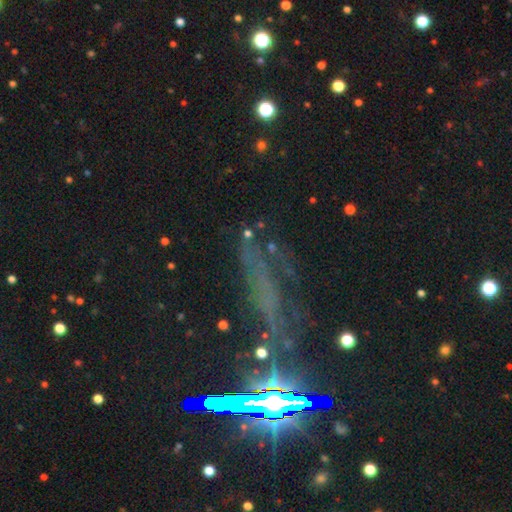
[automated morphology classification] This is possibly a star or artifact rather than a galaxy (55%).